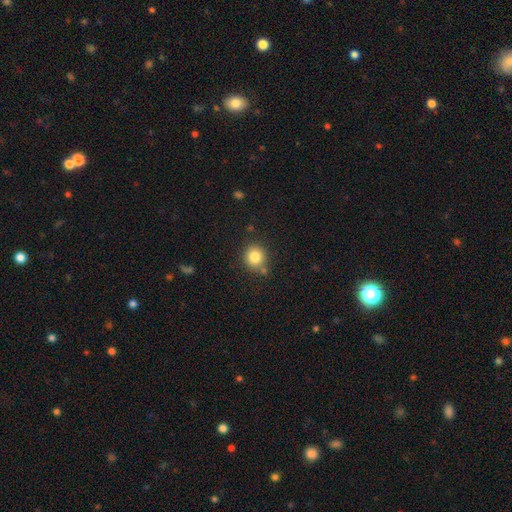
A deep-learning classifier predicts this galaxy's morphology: Smooth or featured: smooth — 83% (star or artifact — 11%)
How rounded: round — 86% (in between — 13%)
Merging: none — 79% (minor disturbance — 11%)